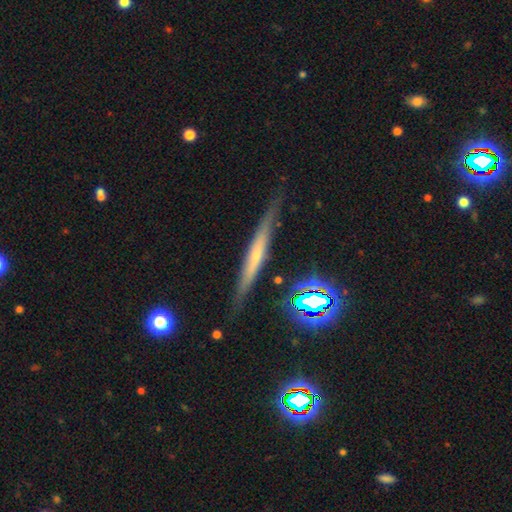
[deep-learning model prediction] smooth-or-featured: featured or disk: 54% | smooth: 35% | star or artifact: 11%
  disk-edge-on: yes: 93% | no: 7%
  merging: none: 82% | minor disturbance: 13% | major disturbance: 3% | merger: 2%